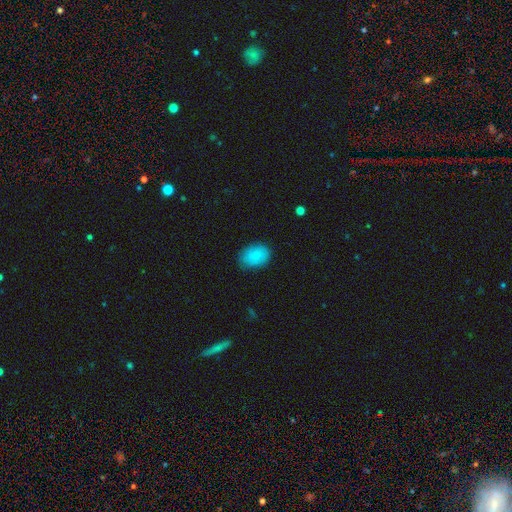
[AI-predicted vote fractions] A smooth galaxy with no disk features (87%) that is in between round and cigar-shaped (73%). Merging: none (77%).